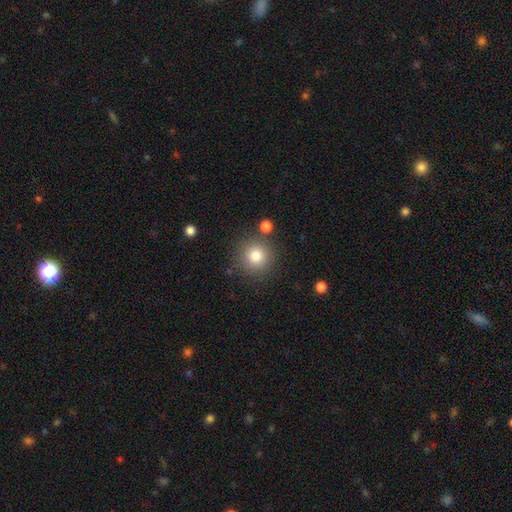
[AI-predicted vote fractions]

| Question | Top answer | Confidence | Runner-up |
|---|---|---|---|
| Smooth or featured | smooth | 80% | star or artifact (11%) |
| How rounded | round | 94% | in between (5%) |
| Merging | none | 83% | minor disturbance (8%) |